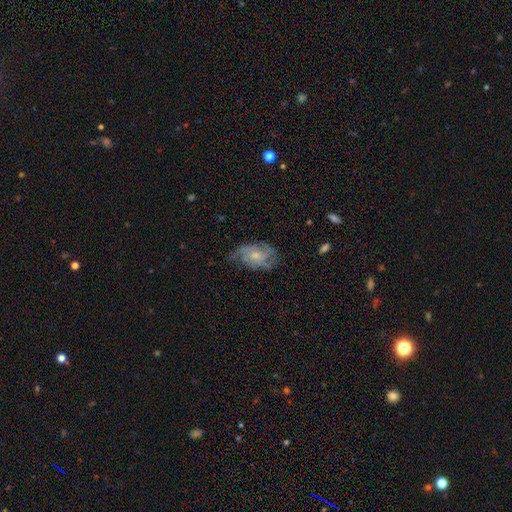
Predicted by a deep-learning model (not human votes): Morphology: type=featured or disk (68%); edge-on=no (96%); bar=no (76%); spiral arms=yes (82%); winding=medium (43%); arm count=can't tell (36%); bulge=small (57%); merging=none (55%).